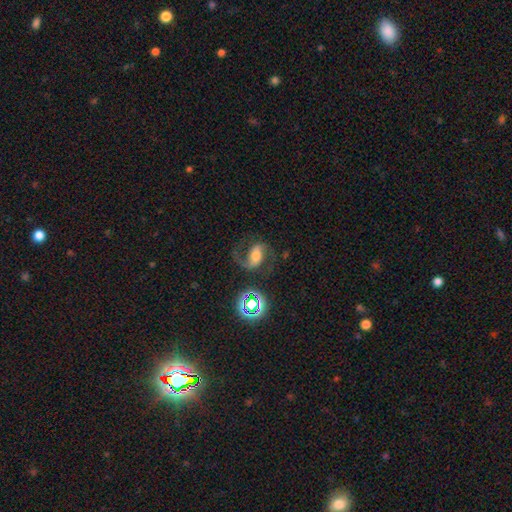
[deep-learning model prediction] smooth-or-featured: featured or disk: 76% | smooth: 12% | star or artifact: 12%
  disk-edge-on: no: 97% | yes: 3%
    bar: strong: 38% | weak: 36% | no: 26%
    has-spiral-arms: yes: 95% | no: 5%
      spiral-winding: medium: 46% | loose: 45% | tight: 9%
      spiral-arm-count: 2: 88% | 1: 7% | can't tell: 2% | 3: 1% | 4: 1% | more than 4: 1%
    bulge-size: moderate: 52% | small: 24% | large: 16% | none: 4% | dominant: 3%
  merging: none: 68% | minor disturbance: 15% | major disturbance: 14% | merger: 3%